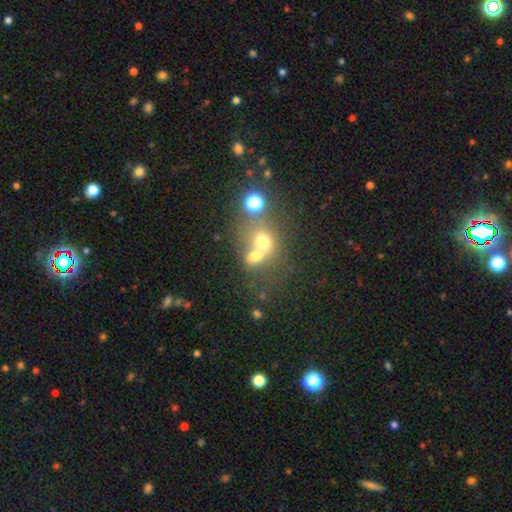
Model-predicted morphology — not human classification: Smooth or featured?
  - smooth: 64% *
  - star or artifact: 18%
  - featured or disk: 18%
How rounded?
  - round: 62% *
  - in between: 37%
  - cigar-shaped: 1%
Merging?
  - merger: 59% *
  - none: 28%
  - minor disturbance: 7%
  - major disturbance: 5%